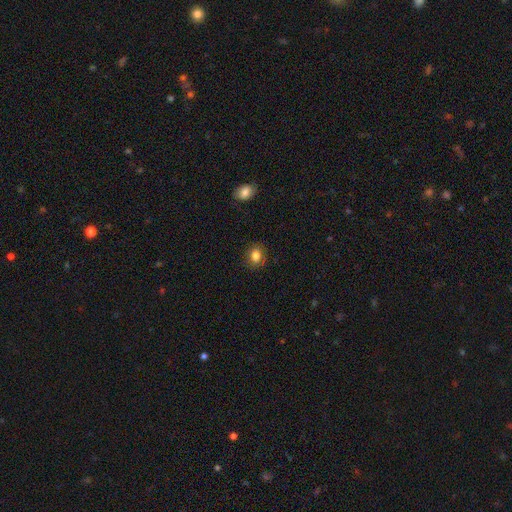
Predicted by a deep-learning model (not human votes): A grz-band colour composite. It shows a smooth galaxy with no disk features (82%) that is round (61%). Merging: none (85%).